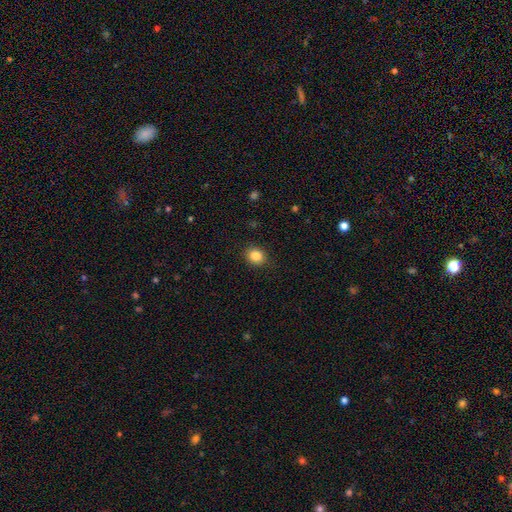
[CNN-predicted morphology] A smooth galaxy with no disk features (85%) that is round (65%).

Vote fractions:
- Smooth or featured? smooth: 85% / star or artifact: 10% / featured or disk: 5%
- How rounded? round: 65% / in between: 34% / cigar-shaped: 1%
- Merging? none: 89% / minor disturbance: 8% / major disturbance: 2% / merger: 1%